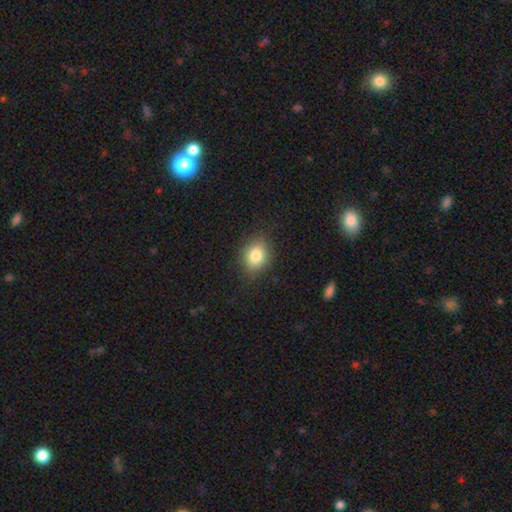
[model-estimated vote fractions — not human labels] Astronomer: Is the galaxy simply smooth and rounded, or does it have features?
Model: smooth — 82%.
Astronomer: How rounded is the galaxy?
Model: round — 50% (runner-up: in between, 48%).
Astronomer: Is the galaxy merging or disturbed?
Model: none — 83%.